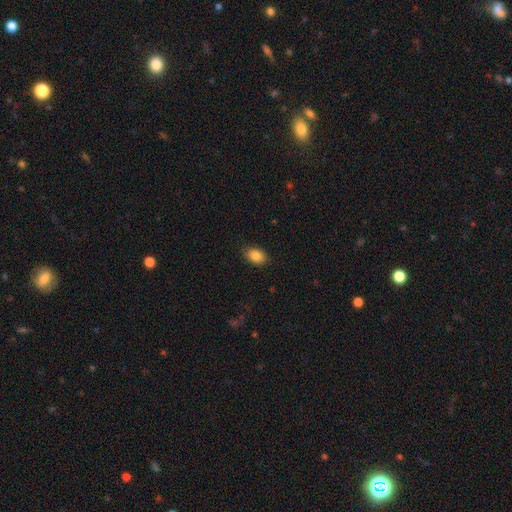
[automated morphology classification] The model was most divided on "how rounded": in between: 84%, round: 15%, cigar-shaped: 1%. More confident: smooth or featured — smooth (86%); merging — none (86%).